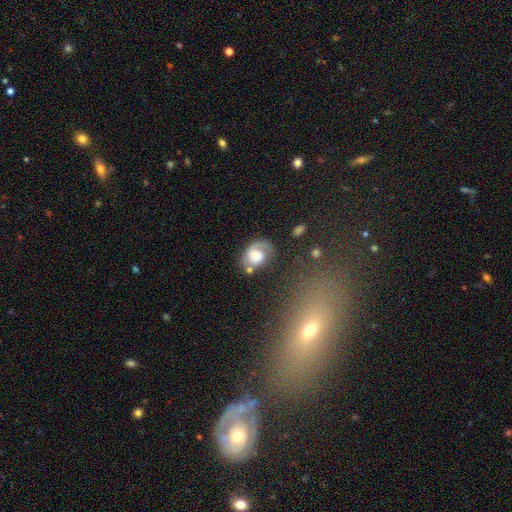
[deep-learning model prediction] This is possibly a featured or disk galaxy (59%). It is clearly not viewed edge-on (97%). Bar: likely no (61%). Spiral arm pattern: clearly yes (84%). Central bulge: marginally moderate (41%). Merging: possibly none (50%).